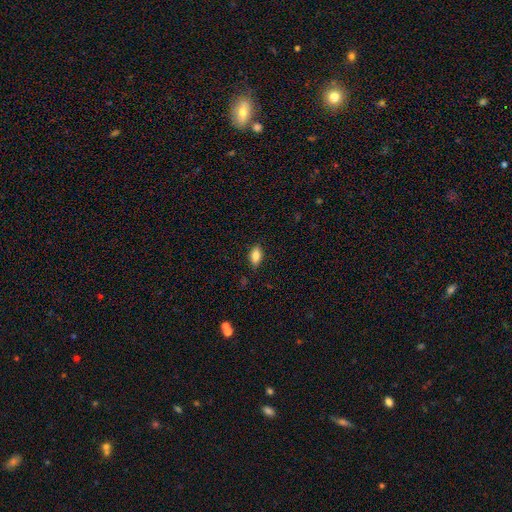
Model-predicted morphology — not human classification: A smooth galaxy with no disk features (81%) that is in between round and cigar-shaped (87%). Merging: none (84%).